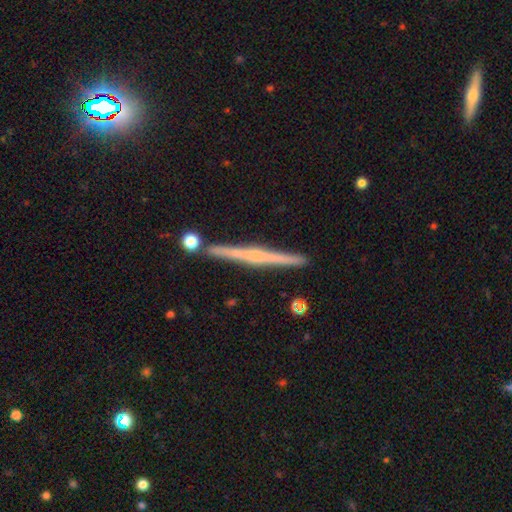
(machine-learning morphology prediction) Q: Smooth or featured?
A: featured or disk (74%); runner-up: smooth (20%)
Q: Edge-on disk?
A: yes (98%); runner-up: no (2%)
Q: Edge-on bulge?
A: rounded (56%); runner-up: none (32%)
Q: Merging?
A: none (90%); runner-up: minor disturbance (6%)